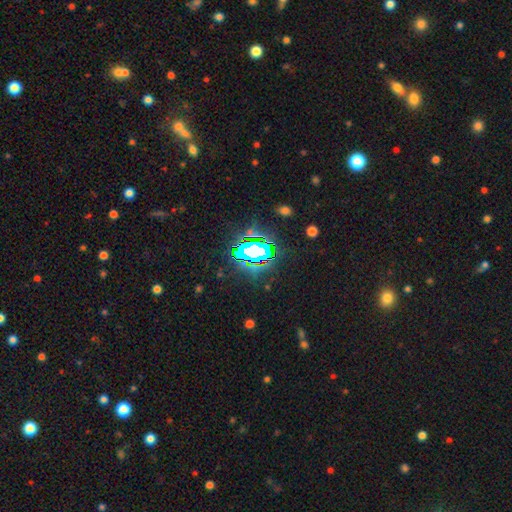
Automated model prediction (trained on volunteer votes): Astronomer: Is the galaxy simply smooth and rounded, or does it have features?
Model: star or artifact — 67%.